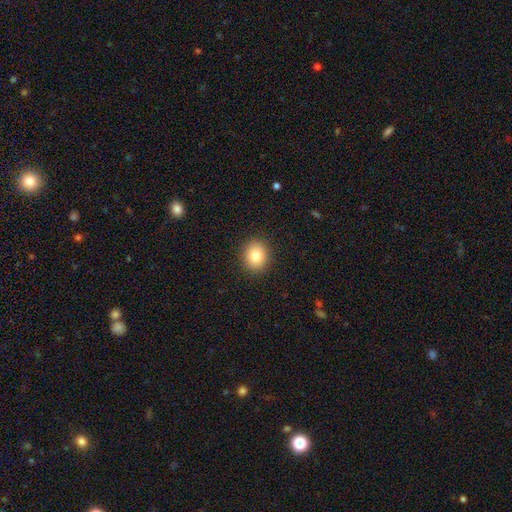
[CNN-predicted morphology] The model was most divided on "how rounded": round: 70%, in between: 30%, cigar-shaped: 1%. More confident: merging — none (91%); smooth or featured — smooth (81%).